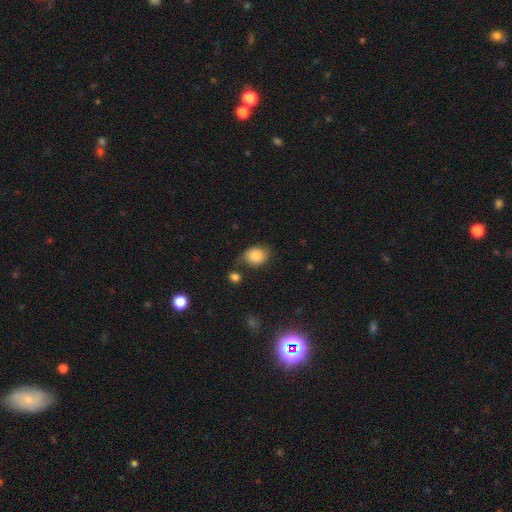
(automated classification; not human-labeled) smooth 81%, featured or disk 10%, star or artifact 9%. Down the decision tree: how rounded — in between (54%); merging — none (60%).